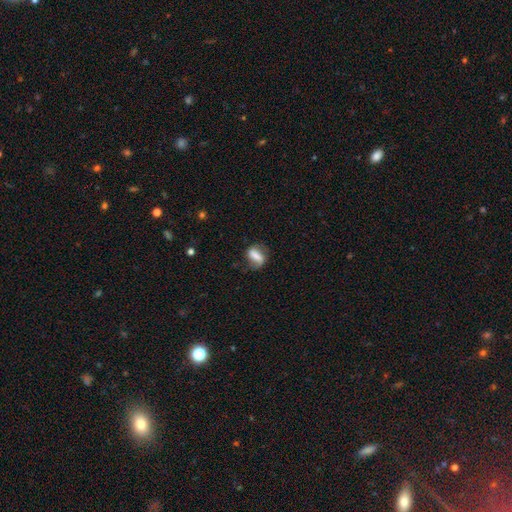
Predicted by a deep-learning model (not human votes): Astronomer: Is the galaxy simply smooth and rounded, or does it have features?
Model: smooth — 55% (runner-up: featured or disk, 36%).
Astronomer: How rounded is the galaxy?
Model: in between — 69%.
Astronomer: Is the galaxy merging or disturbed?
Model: none — 61%.